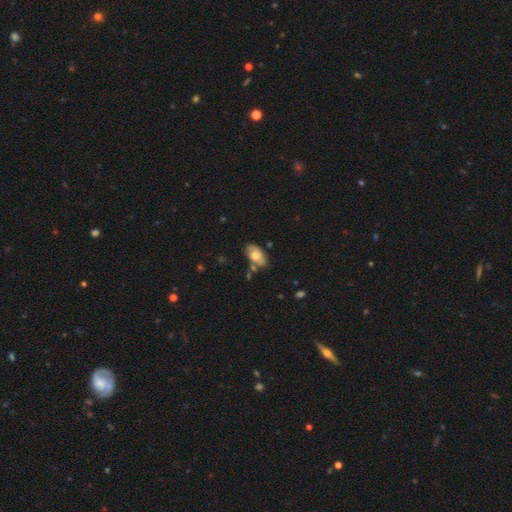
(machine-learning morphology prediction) A smooth galaxy with no disk features (65%) that is in between round and cigar-shaped (93%). Merging: none (67%).